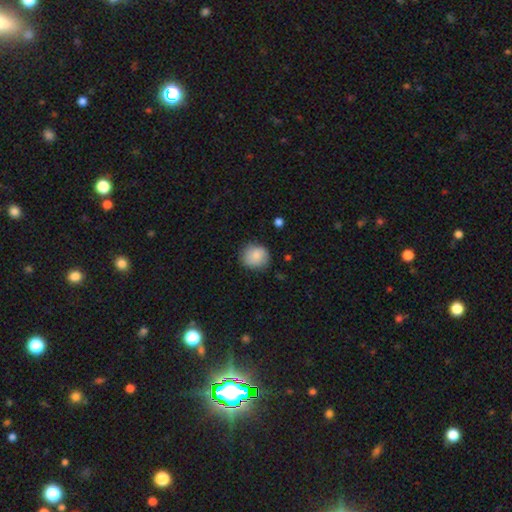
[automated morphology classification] Q: Smooth or featured?
A: smooth (80%); runner-up: featured or disk (12%)
Q: How rounded?
A: round (85%); runner-up: in between (14%)
Q: Merging?
A: none (78%); runner-up: minor disturbance (17%)